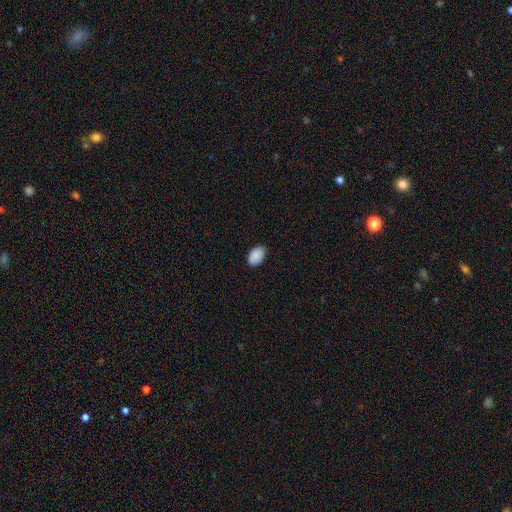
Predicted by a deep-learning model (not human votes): Smooth or featured? smooth (89%)
How rounded? in between (88%)
Merging? none (85%)